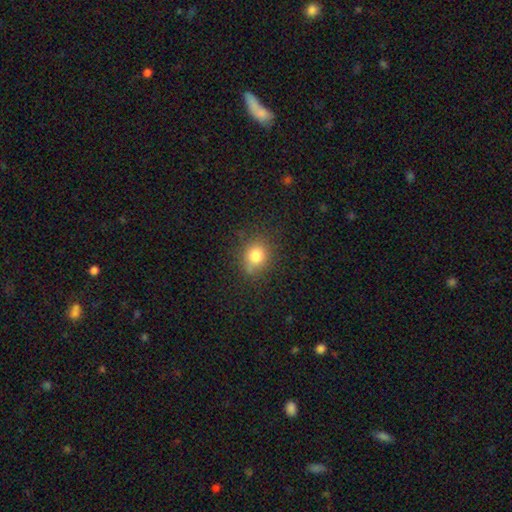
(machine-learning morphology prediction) Smooth or featured? Predicted: smooth (p=0.80). How rounded? Predicted: round (p=0.73). Merging? Predicted: none (p=0.74).